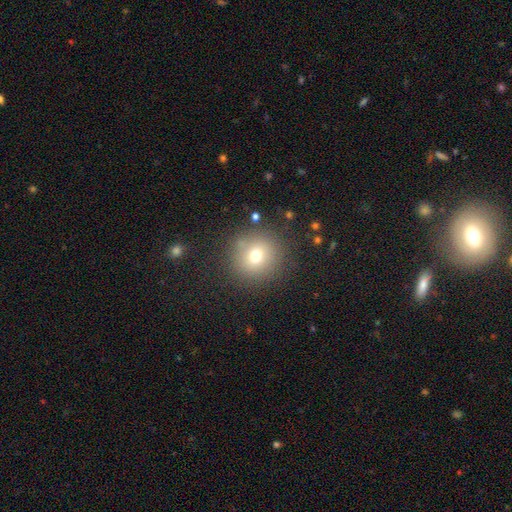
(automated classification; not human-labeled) Q: Smooth or featured?
A: smooth (70%); runner-up: star or artifact (17%)
Q: How rounded?
A: round (92%); runner-up: in between (7%)
Q: Merging?
A: none (85%); runner-up: minor disturbance (8%)